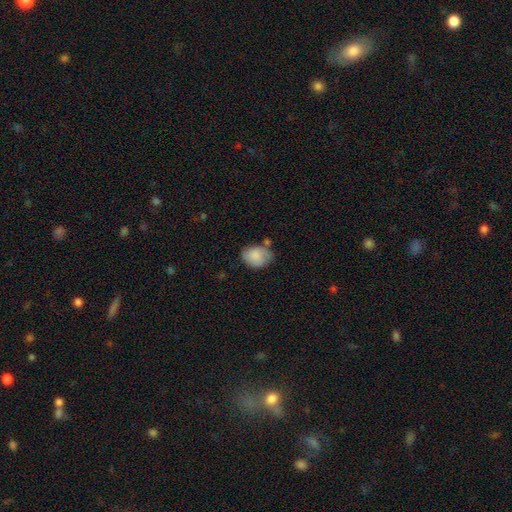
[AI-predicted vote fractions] A smooth galaxy with no disk features (83%) that is in between round and cigar-shaped (68%). Merging: none (57%).